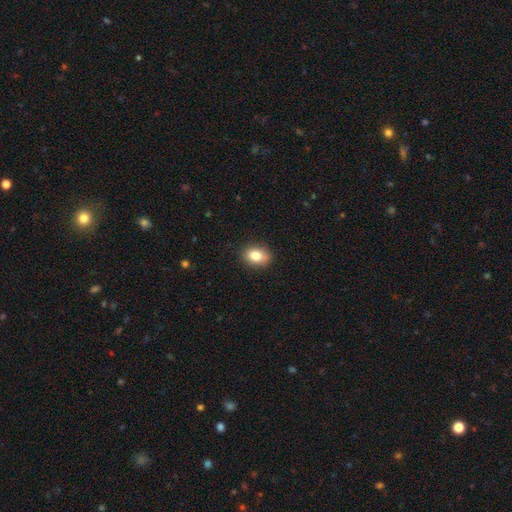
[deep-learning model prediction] This appears to be a smooth galaxy with no disk features (82%) that is in between round and cigar-shaped (67%). Merging: none (86%).